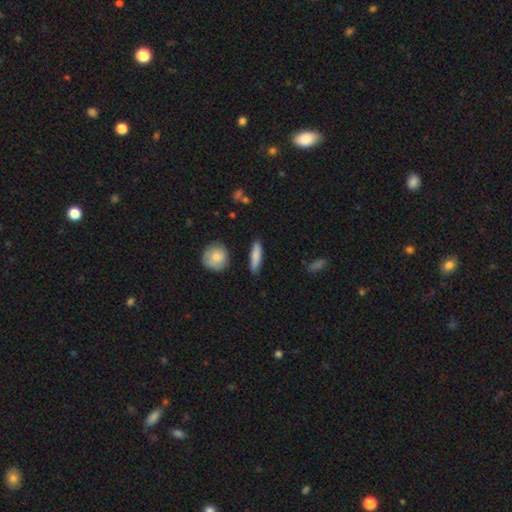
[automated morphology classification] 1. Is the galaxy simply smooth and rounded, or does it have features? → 82% smooth, 13% featured or disk, 6% star or artifact.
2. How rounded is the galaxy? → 73% cigar-shaped, 24% in between, 3% round.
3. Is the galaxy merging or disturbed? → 86% none, 10% minor disturbance, 2% merger, 2% major disturbance.